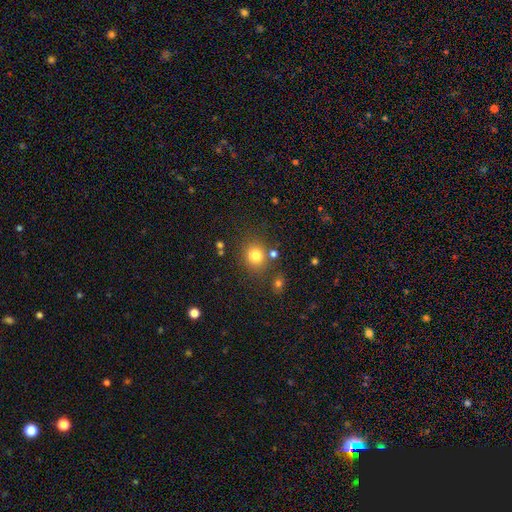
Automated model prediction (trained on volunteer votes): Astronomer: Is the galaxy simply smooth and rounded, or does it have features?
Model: smooth — 79%.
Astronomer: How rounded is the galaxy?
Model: round — 83%.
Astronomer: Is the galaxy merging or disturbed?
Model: none — 77%.